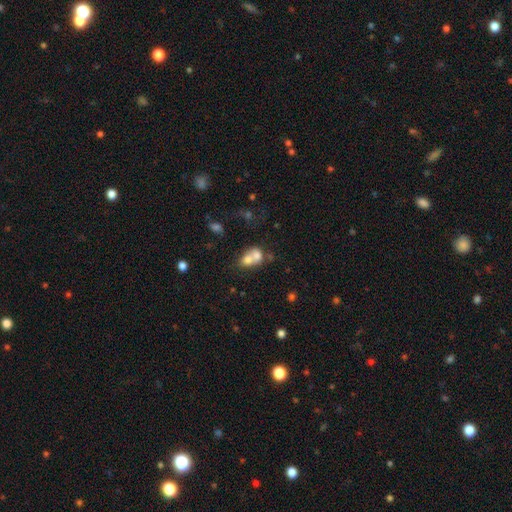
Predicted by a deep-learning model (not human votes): The model was most divided on "how rounded": round: 50%, in between: 48%, cigar-shaped: 1%. More confident: merging — merger (72%); smooth or featured — smooth (66%).